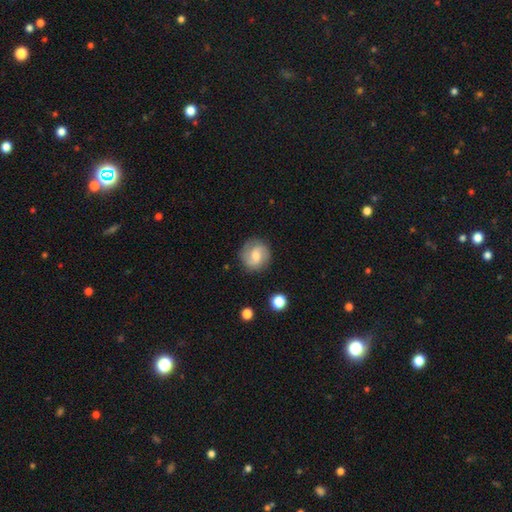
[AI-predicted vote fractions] A featured or disk galaxy (51%) with a weak bar (52%), spiral arms (88%) and a moderate central bulge (49%).

Vote fractions:
- Smooth or featured? featured or disk: 51% / smooth: 41% / star or artifact: 7%
- Edge-on disk? no: 97% / yes: 3%
- Bar? weak: 52% / no: 36% / strong: 12%
- Spiral arms? yes: 88% / no: 12%
- Bulge size? moderate: 49% / small: 35% / large: 8% / none: 7% / dominant: 2%
- Merging? none: 82% / minor disturbance: 13% / major disturbance: 4% / merger: 2%